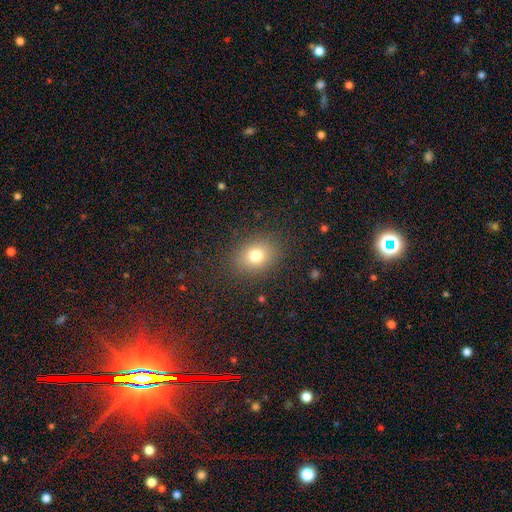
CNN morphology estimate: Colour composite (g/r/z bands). It shows a smooth galaxy with no disk features (77%) that is in between round and cigar-shaped (55%). Merging: none (85%).